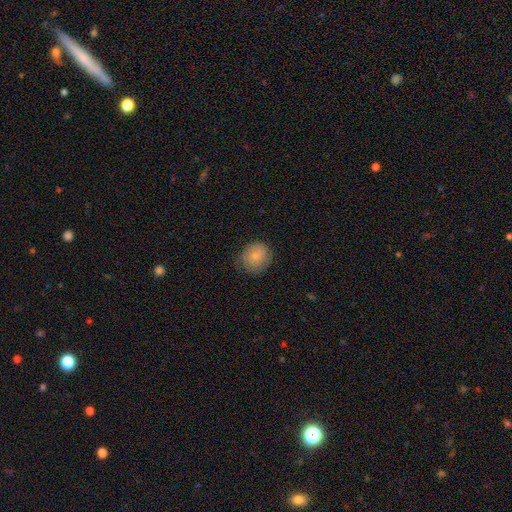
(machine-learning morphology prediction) Smooth or featured? smooth (77%)
How rounded? round (78%)
Merging? none (71%)